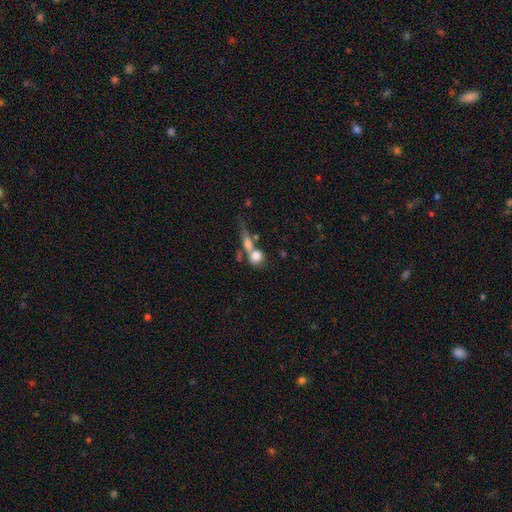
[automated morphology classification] smooth_or_featured: smooth (p=0.74) [alt: featured or disk p=0.16]
how_rounded: round (p=0.68) [alt: in between p=0.25]
merging: merger (p=0.47) [alt: none p=0.35]